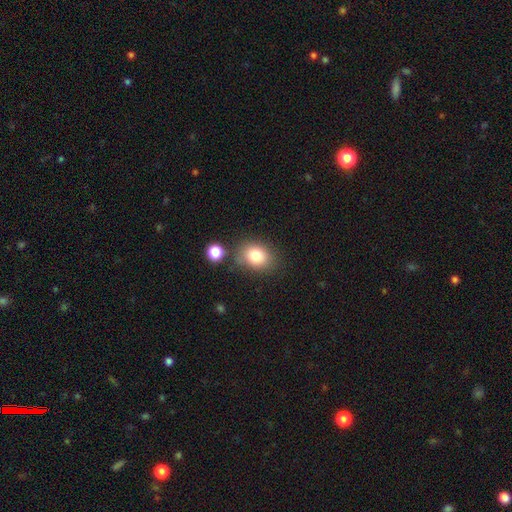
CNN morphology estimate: A smooth galaxy with no disk features (81%) that is in between round and cigar-shaped (54%). Merging: none (72%).